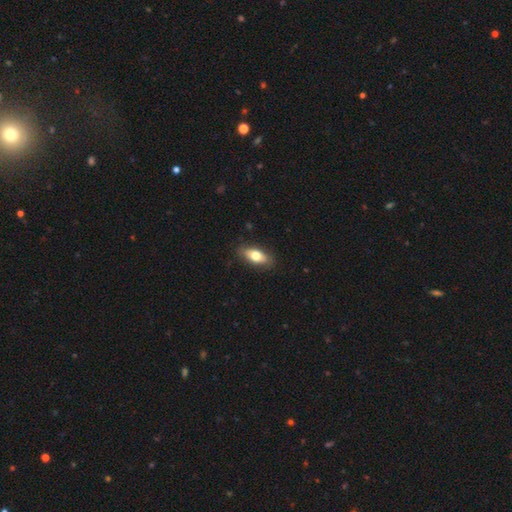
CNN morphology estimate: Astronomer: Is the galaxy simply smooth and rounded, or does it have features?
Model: smooth — 71%.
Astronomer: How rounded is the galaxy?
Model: in between — 83%.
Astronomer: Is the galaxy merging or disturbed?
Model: none — 85%.